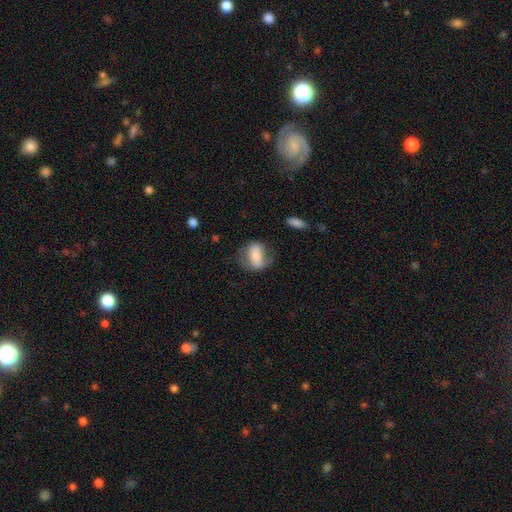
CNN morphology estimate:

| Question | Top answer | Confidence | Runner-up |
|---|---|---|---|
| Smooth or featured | smooth | 51% | featured or disk (41%) |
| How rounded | in between | 68% | round (28%) |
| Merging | none | 52% | minor disturbance (25%) |